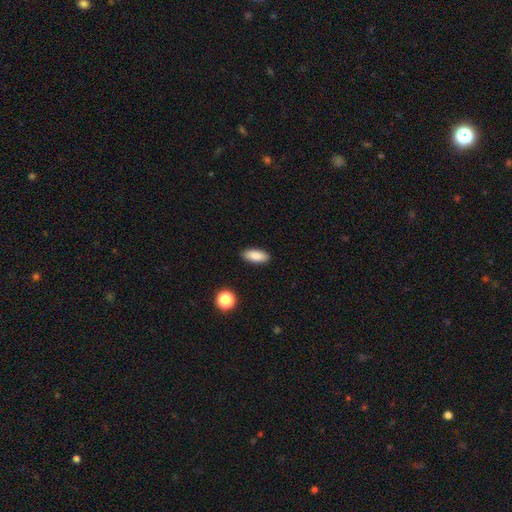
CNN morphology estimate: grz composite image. It shows a smooth galaxy with no disk features (88%) that is in between round and cigar-shaped (83%). Merging: none (89%).